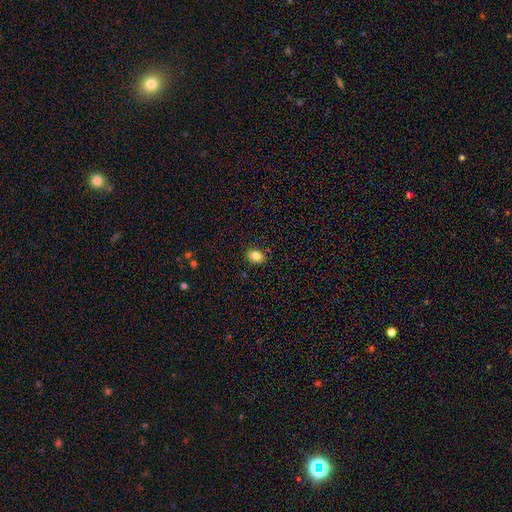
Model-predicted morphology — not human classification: Smooth or featured?
  - smooth: 86% *
  - star or artifact: 9%
  - featured or disk: 5%
How rounded?
  - in between: 73% *
  - round: 26%
  - cigar-shaped: 1%
Merging?
  - none: 88% *
  - minor disturbance: 9%
  - major disturbance: 2%
  - merger: 1%